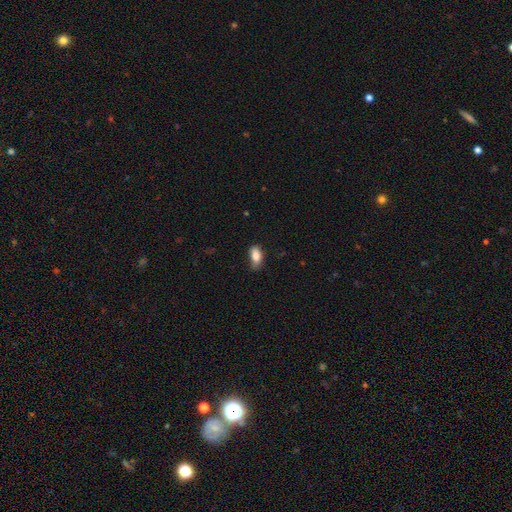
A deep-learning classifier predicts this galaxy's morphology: This is clearly a smooth galaxy (84%). How rounded: clearly in between (89%). Merging: possibly none (55%).